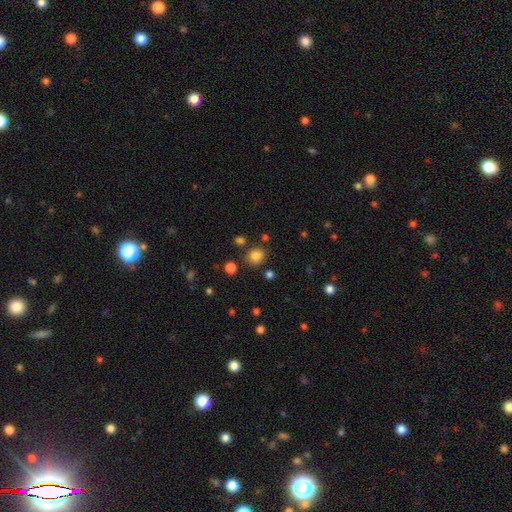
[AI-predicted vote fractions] smooth-or-featured: smooth: 81% | star or artifact: 13% | featured or disk: 6%
  how-rounded: round: 72% | in between: 27% | cigar-shaped: 1%
  merging: none: 81% | minor disturbance: 11% | merger: 5% | major disturbance: 4%